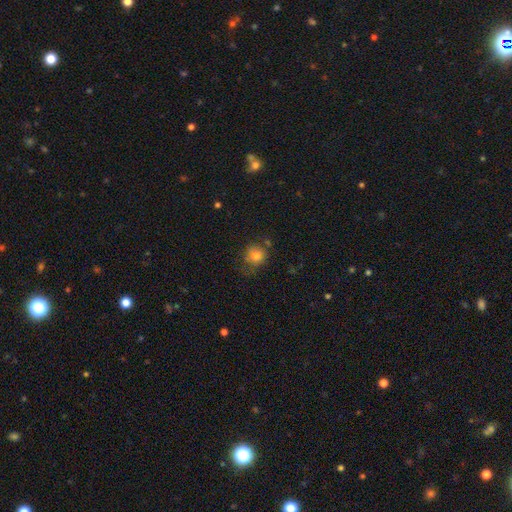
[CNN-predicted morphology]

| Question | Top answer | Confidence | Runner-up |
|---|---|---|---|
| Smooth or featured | smooth | 79% | star or artifact (12%) |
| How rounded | round | 84% | in between (15%) |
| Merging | none | 65% | minor disturbance (21%) |